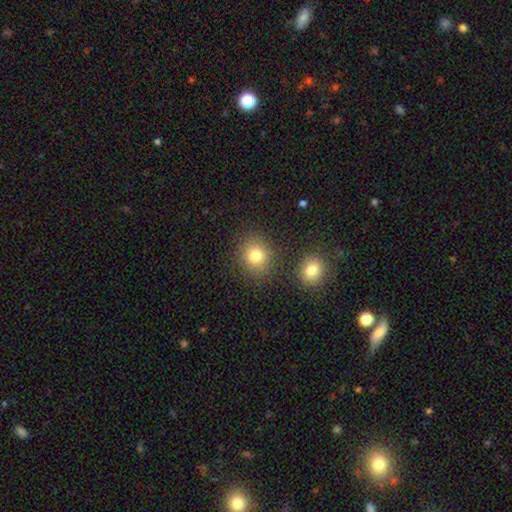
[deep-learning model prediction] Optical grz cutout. It shows a smooth galaxy with no disk features (80%) that is round (78%). Merging: none (81%).